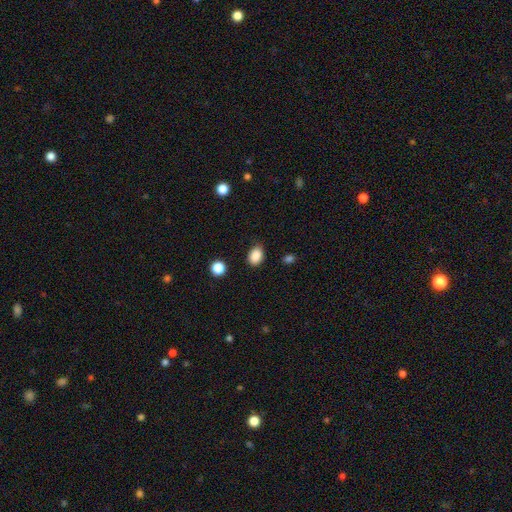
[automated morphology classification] Q: Smooth or featured?
A: smooth (88%); runner-up: star or artifact (9%)
Q: How rounded?
A: in between (70%); runner-up: round (29%)
Q: Merging?
A: none (81%); runner-up: minor disturbance (14%)